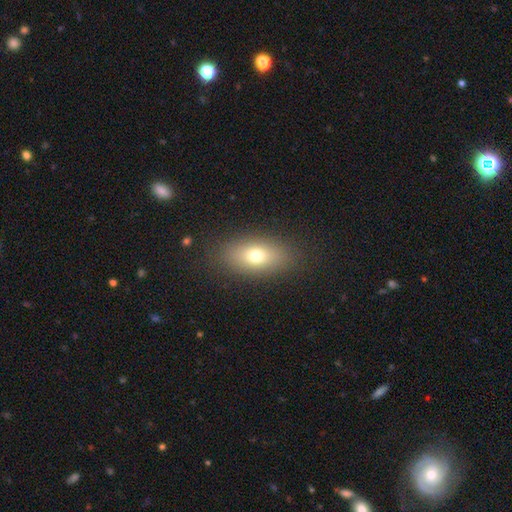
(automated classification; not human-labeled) This appears to be a smooth galaxy with no disk features (73%) that is in between round and cigar-shaped (85%). Merging: none (86%).